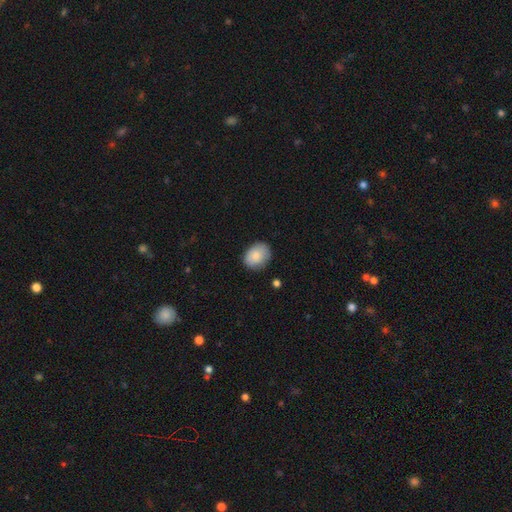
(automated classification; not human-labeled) Smooth or featured? smooth (83%)
How rounded? in between (58%)
Merging? none (79%)